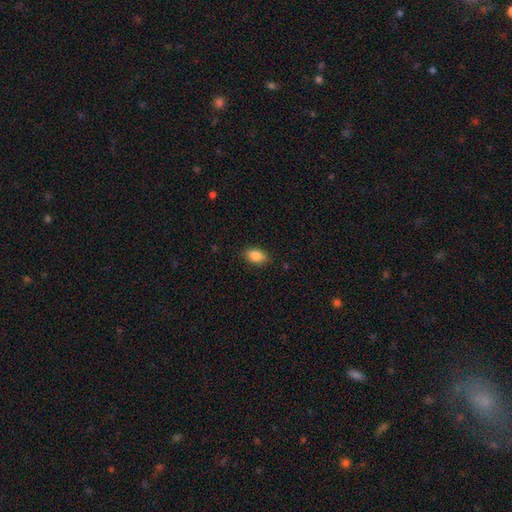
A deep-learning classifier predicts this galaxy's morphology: The model was most divided on "merging": none: 87%, minor disturbance: 9%, major disturbance: 2%, merger: 1%. More confident: how rounded — in between (89%); smooth or featured — smooth (86%).